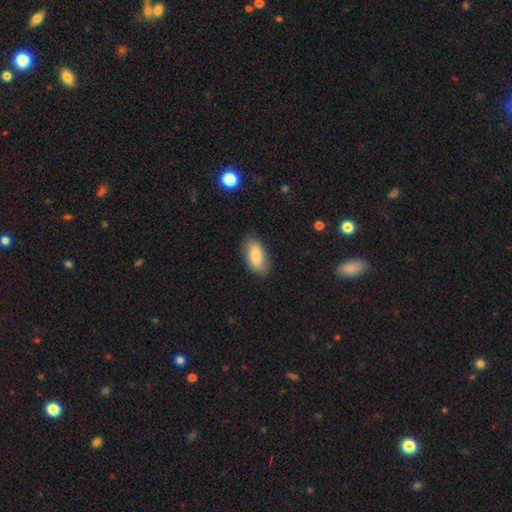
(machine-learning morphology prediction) This is likely a smooth galaxy (79%). How rounded: clearly in between (91%). Merging: clearly none (84%).